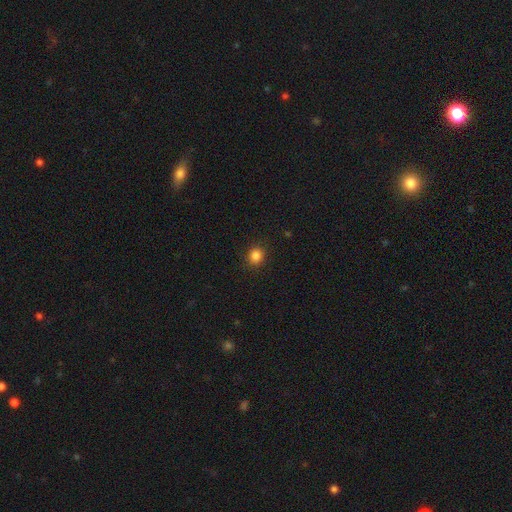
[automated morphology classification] Smooth or featured?
  - smooth: 85% *
  - star or artifact: 12%
  - featured or disk: 3%
How rounded?
  - round: 88% *
  - in between: 12%
  - cigar-shaped: 1%
Merging?
  - none: 90% *
  - minor disturbance: 7%
  - major disturbance: 2%
  - merger: 1%